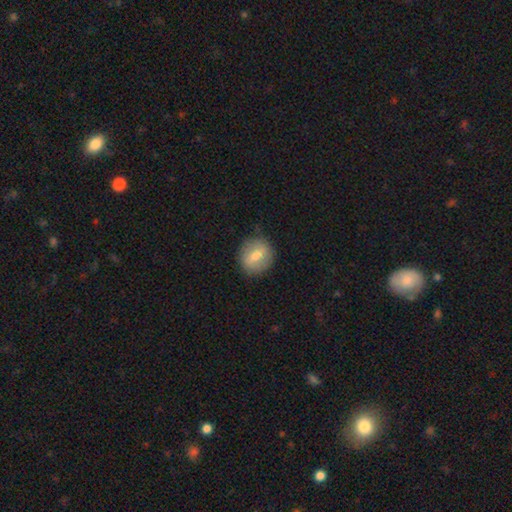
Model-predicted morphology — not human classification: A smooth galaxy with no disk features (59%) that is round (76%).

Vote fractions:
- Smooth or featured? smooth: 59% / featured or disk: 34% / star or artifact: 7%
- How rounded? round: 76% / in between: 23% / cigar-shaped: 2%
- Merging? none: 84% / minor disturbance: 11% / major disturbance: 3% / merger: 1%